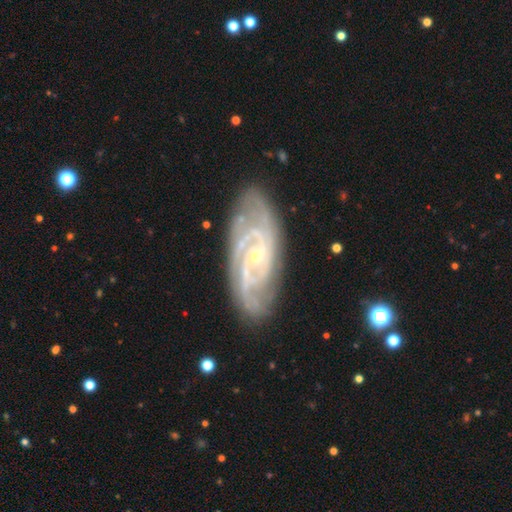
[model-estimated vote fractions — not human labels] The model was most divided on "spiral arm count": 2: 35%, 3: 24%, can't tell: 19%, 4: 10%, more than 4: 6%, 1: 5%. More confident: spiral arms — yes (97%); edge-on disk — no (94%); smooth or featured — featured or disk (89%); bulge size — small (81%); merging — none (79%); spiral winding — tight (58%); bar — no (52%).